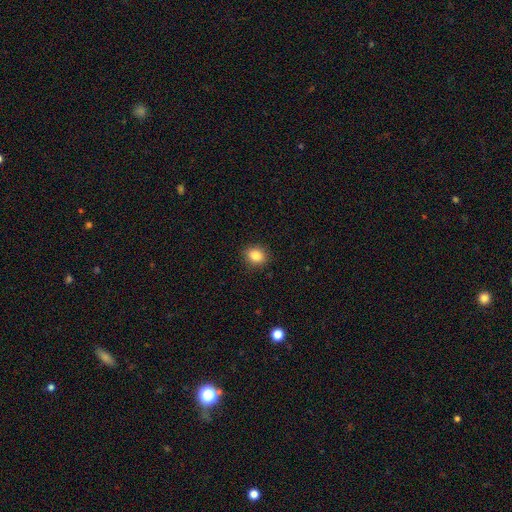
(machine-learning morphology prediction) smooth_or_featured: smooth (p=0.85) [alt: star or artifact p=0.10]
how_rounded: round (p=0.57) [alt: in between p=0.42]
merging: none (p=0.89) [alt: minor disturbance p=0.08]